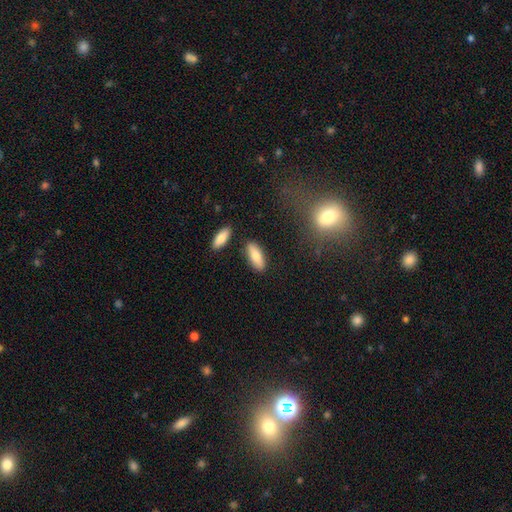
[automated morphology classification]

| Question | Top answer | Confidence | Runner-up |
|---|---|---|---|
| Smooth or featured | smooth | 78% | featured or disk (15%) |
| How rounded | in between | 72% | cigar-shaped (26%) |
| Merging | none | 84% | minor disturbance (9%) |